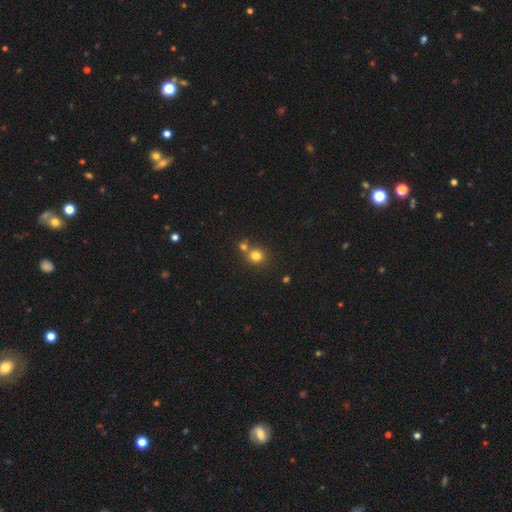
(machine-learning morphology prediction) smooth-or-featured: smooth: 79% | star or artifact: 14% | featured or disk: 7%
  how-rounded: round: 85% | in between: 14% | cigar-shaped: 1%
  merging: none: 57% | merger: 32% | minor disturbance: 8% | major disturbance: 3%